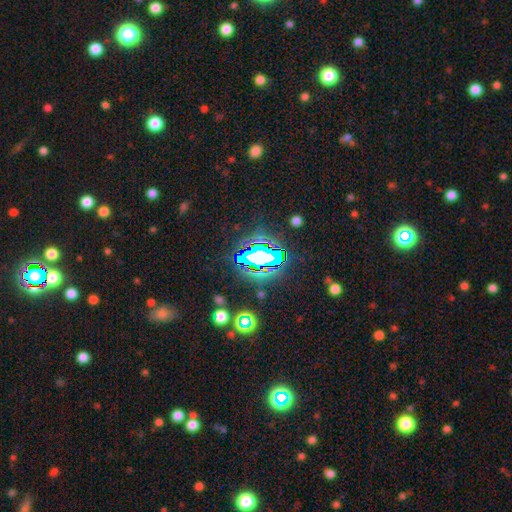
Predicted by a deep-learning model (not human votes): Morphology: type=star or artifact (66%).